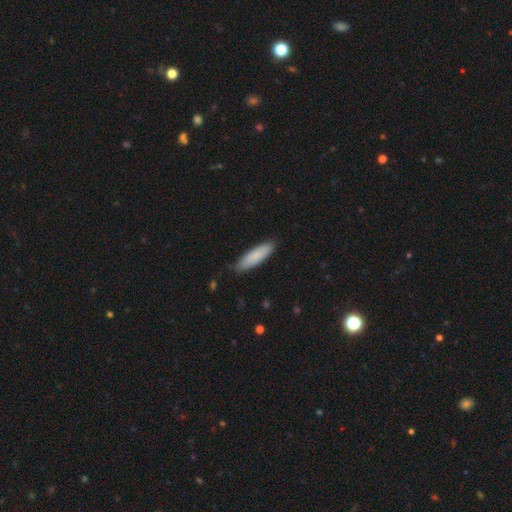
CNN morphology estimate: smooth_or_featured: smooth (p=0.83) [alt: featured or disk p=0.11]
how_rounded: cigar-shaped (p=0.61) [alt: in between p=0.38]
merging: none (p=0.85) [alt: minor disturbance p=0.12]